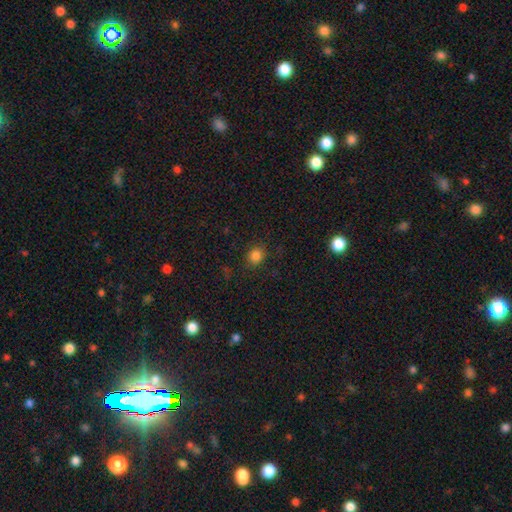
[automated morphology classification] Q: Smooth or featured?
A: smooth (82%); runner-up: star or artifact (13%)
Q: How rounded?
A: round (75%); runner-up: in between (24%)
Q: Merging?
A: none (84%); runner-up: minor disturbance (11%)